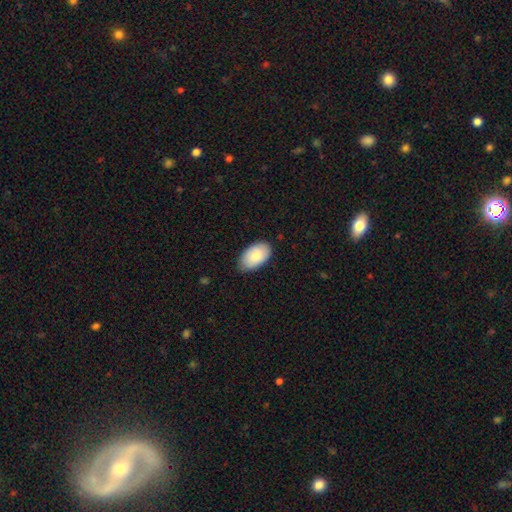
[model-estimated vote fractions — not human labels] Morphology: type=smooth (84%); roundness=in between (95%); merging=none (79%).